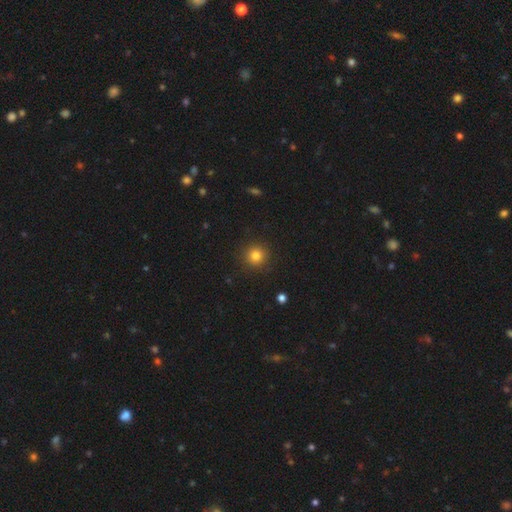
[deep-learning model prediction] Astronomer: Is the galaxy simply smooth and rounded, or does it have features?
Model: smooth — 81%.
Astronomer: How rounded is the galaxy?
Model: round — 95%.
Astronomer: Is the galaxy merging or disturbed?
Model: none — 91%.